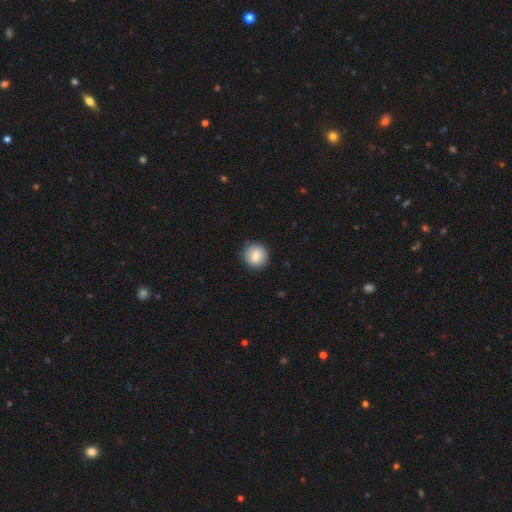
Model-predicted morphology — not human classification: smooth-or-featured: smooth: 84% | featured or disk: 8% | star or artifact: 8%
  how-rounded: round: 92% | in between: 7% | cigar-shaped: 1%
  merging: none: 86% | minor disturbance: 11% | major disturbance: 2% | merger: 1%